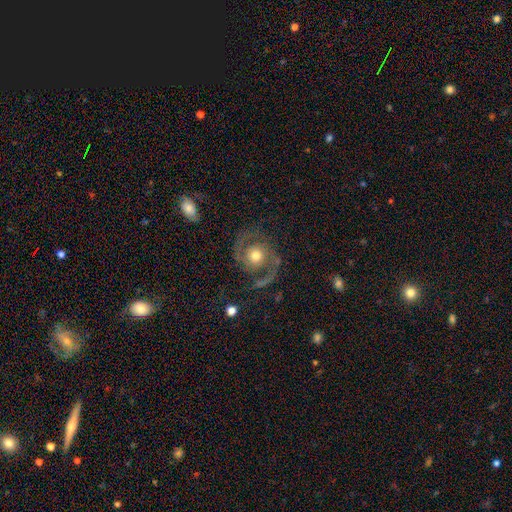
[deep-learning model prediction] Morphology: type=featured or disk (88%); edge-on=no (98%); bar=no (76%); spiral arms=yes (96%); winding=medium (56%); arm count=2 (92%); bulge=moderate (73%); merging=none (77%).